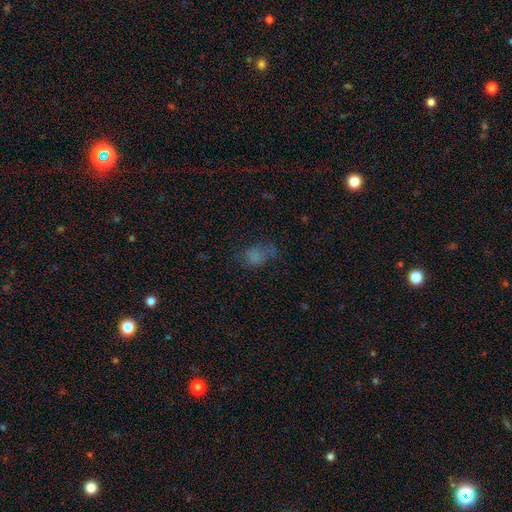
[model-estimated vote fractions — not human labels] Overall: smooth (63%). How rounded: in between (72%). Merging: none (44%; major disturbance 26%).